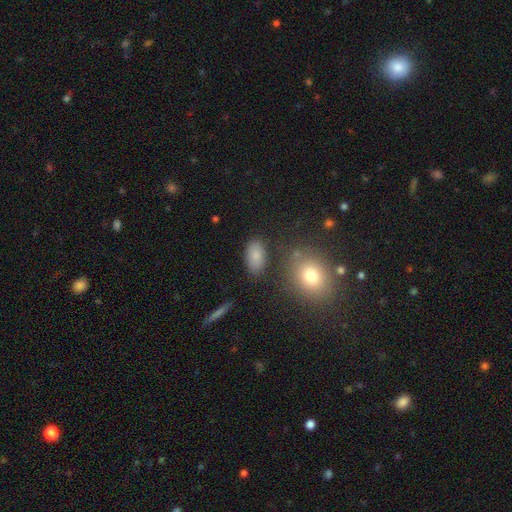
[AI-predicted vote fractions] Q: Smooth or featured?
A: smooth (81%); runner-up: star or artifact (9%)
Q: How rounded?
A: in between (91%); runner-up: round (6%)
Q: Merging?
A: none (80%); runner-up: minor disturbance (12%)